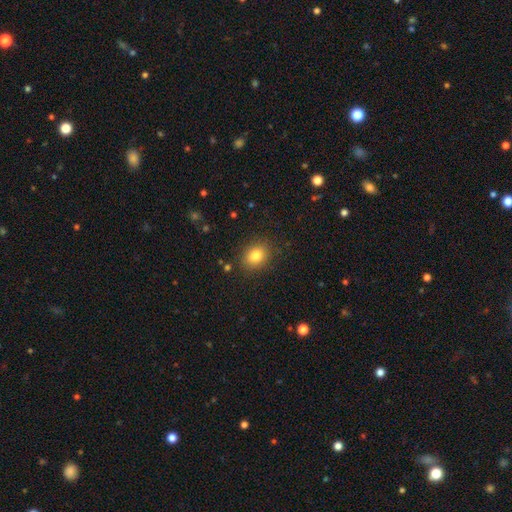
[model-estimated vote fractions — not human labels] The model was most divided on "how rounded": in between: 54%, round: 45%, cigar-shaped: 1%. More confident: merging — none (85%); smooth or featured — smooth (82%).